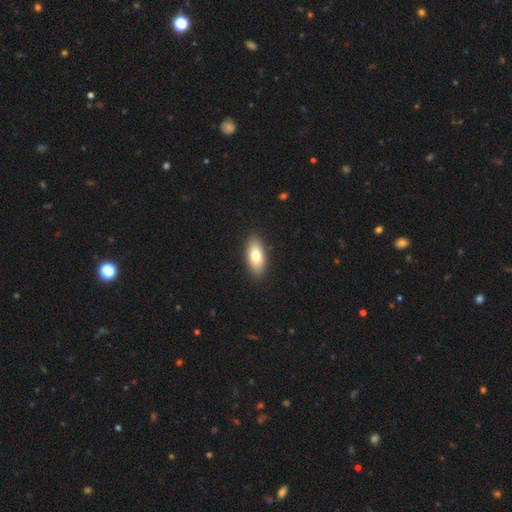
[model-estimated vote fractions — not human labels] smooth-or-featured: smooth: 74% | featured or disk: 19% | star or artifact: 6%
  how-rounded: in between: 84% | cigar-shaped: 12% | round: 3%
  merging: none: 90% | minor disturbance: 7% | major disturbance: 2% | merger: 1%